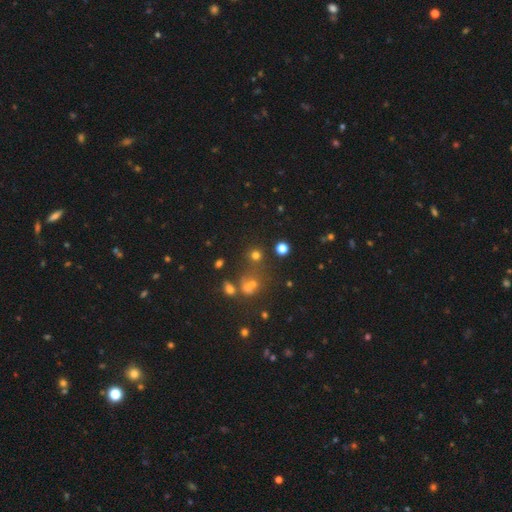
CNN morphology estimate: Smooth or featured: smooth — 59% (star or artifact — 32%)
How rounded: round — 87% (in between — 12%)
Merging: none — 66% (merger — 19%)